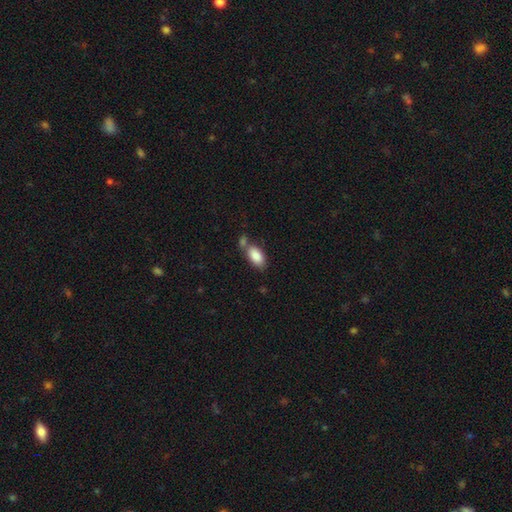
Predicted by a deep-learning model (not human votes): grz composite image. It shows a smooth galaxy with no disk features (86%) that is in between round and cigar-shaped (93%). Merging: none (53%).